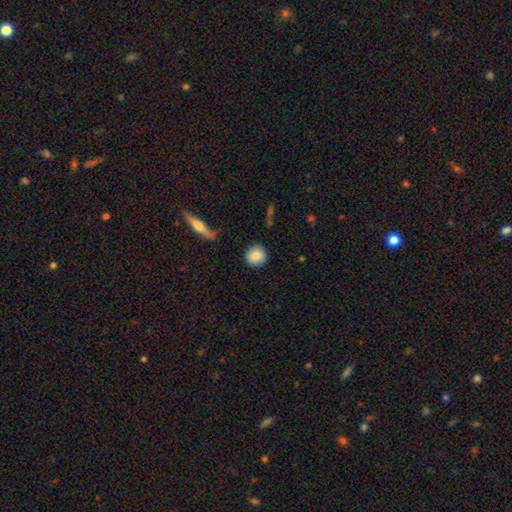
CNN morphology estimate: This appears to be a smooth galaxy with no disk features (86%) that is round (88%). Merging: none (87%).